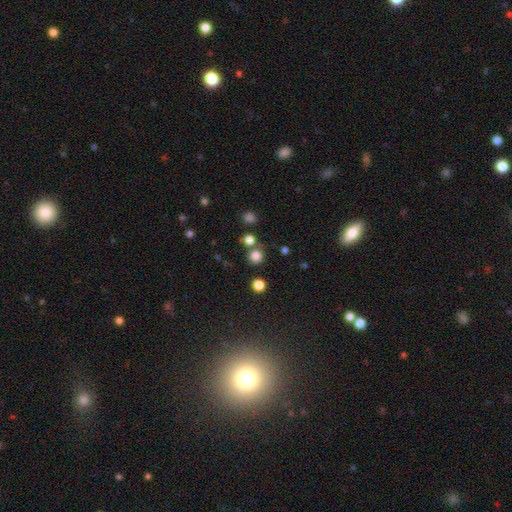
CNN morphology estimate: This appears to be a smooth galaxy with no disk features (79%) that is round (91%). Merging: none (75%).